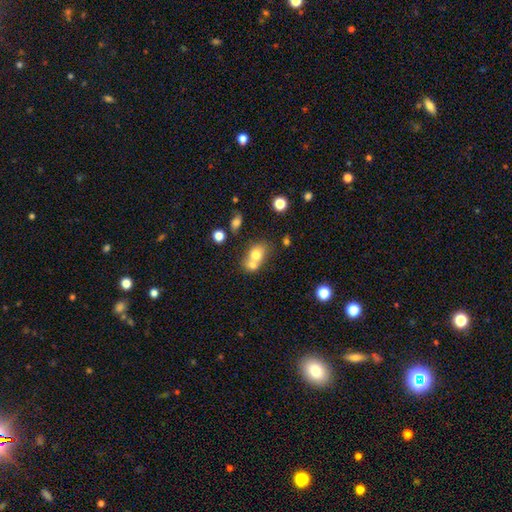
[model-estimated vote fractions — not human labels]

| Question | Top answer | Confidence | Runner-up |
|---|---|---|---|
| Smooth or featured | smooth | 73% | featured or disk (16%) |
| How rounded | in between | 55% | round (43%) |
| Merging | merger | 59% | none (29%) |